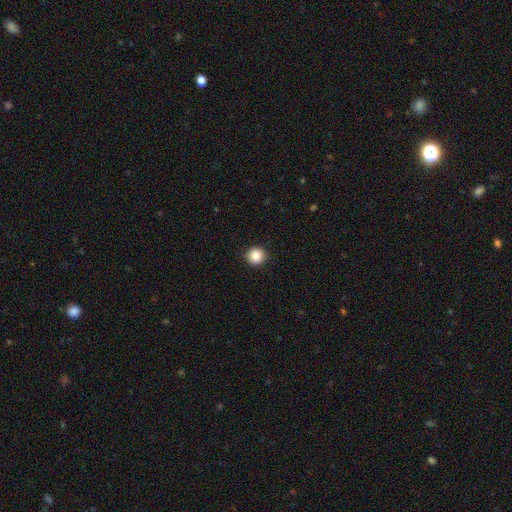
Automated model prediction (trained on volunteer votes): This appears to be a smooth galaxy with no disk features (87%) that is round (94%). Merging: none (92%).